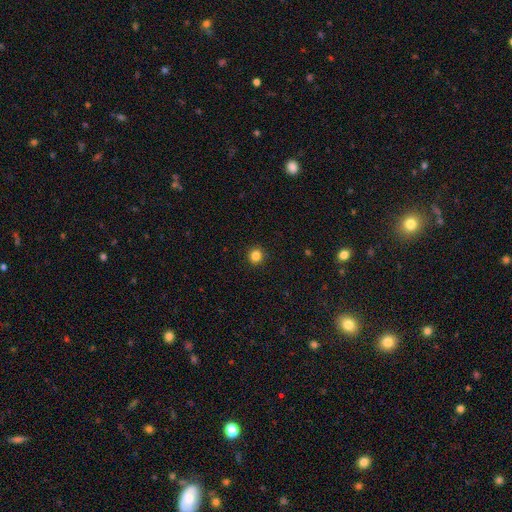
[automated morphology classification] smooth-or-featured: smooth: 84% | star or artifact: 12% | featured or disk: 4%
  how-rounded: round: 91% | in between: 8% | cigar-shaped: 1%
  merging: none: 93% | minor disturbance: 5% | major disturbance: 2% | merger: 1%